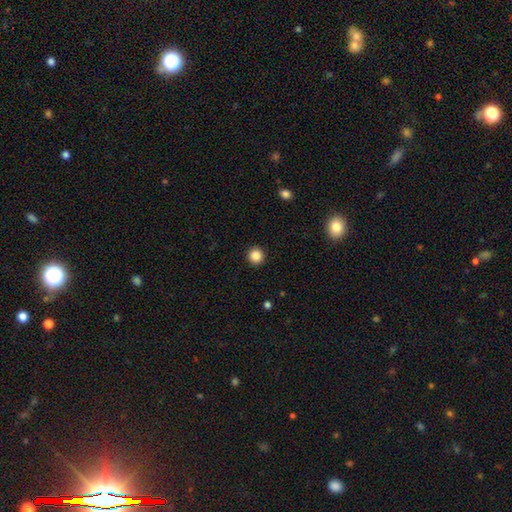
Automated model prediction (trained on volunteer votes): Smooth or featured? Predicted: smooth (p=0.86). How rounded? Predicted: round (p=0.94). Merging? Predicted: none (p=0.93).